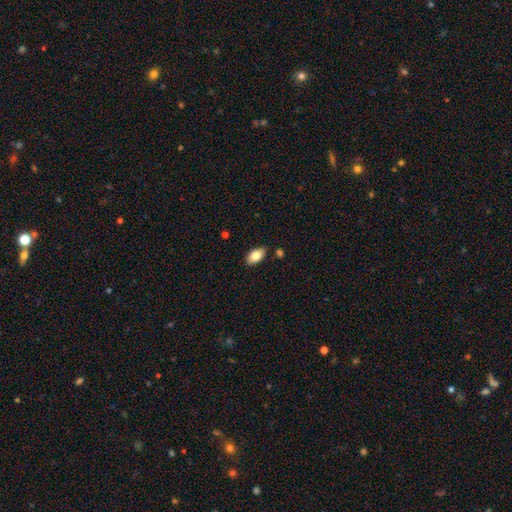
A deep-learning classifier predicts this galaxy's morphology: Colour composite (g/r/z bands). It shows a smooth galaxy with no disk features (79%) that is in between round and cigar-shaped (92%). Merging: none (85%).